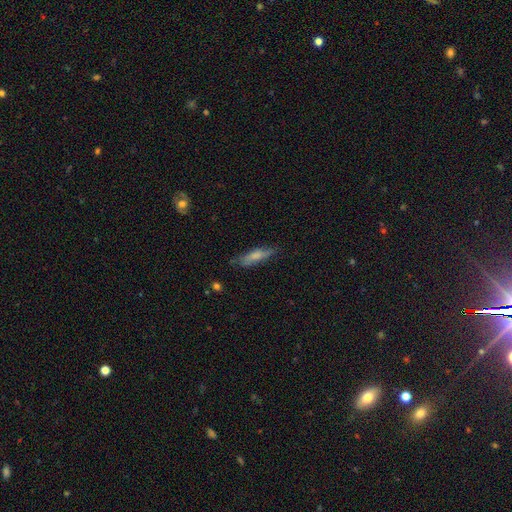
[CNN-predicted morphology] Smooth or featured? Predicted: smooth (p=0.64). How rounded? Predicted: cigar-shaped (p=0.65). Merging? Predicted: none (p=0.67).